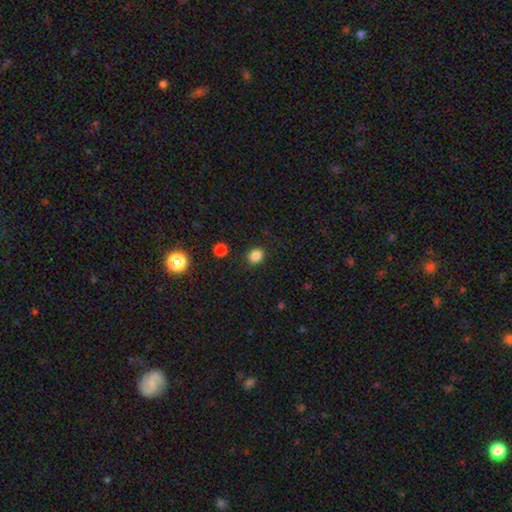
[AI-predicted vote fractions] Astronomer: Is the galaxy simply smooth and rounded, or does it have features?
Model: smooth — 85%.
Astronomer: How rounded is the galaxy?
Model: round — 64%.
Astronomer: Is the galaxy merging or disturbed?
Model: none — 88%.